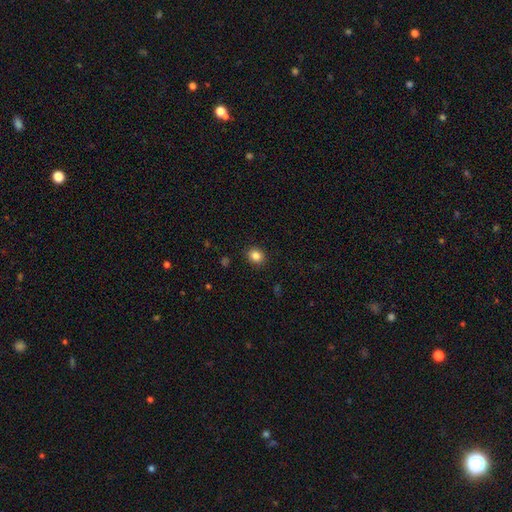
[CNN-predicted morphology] smooth-or-featured: smooth: 85% | star or artifact: 10% | featured or disk: 5%
  how-rounded: round: 67% | in between: 32% | cigar-shaped: 1%
  merging: none: 90% | minor disturbance: 7% | major disturbance: 2% | merger: 1%